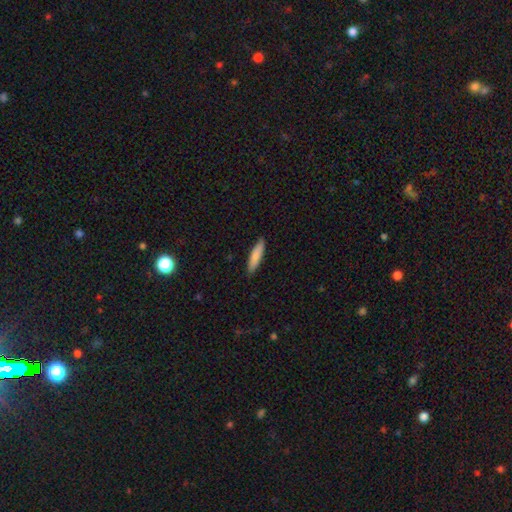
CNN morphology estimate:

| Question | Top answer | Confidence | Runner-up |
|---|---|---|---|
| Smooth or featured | smooth | 85% | featured or disk (9%) |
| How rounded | cigar-shaped | 76% | in between (22%) |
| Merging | none | 89% | minor disturbance (8%) |